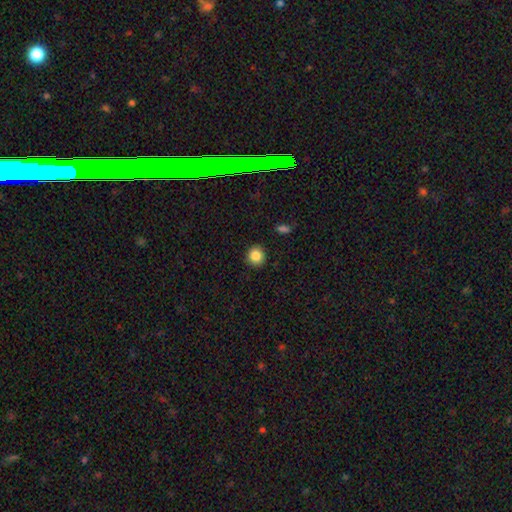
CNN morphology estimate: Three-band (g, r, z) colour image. It shows a smooth galaxy with no disk features (86%) that is round (89%). Merging: none (91%).